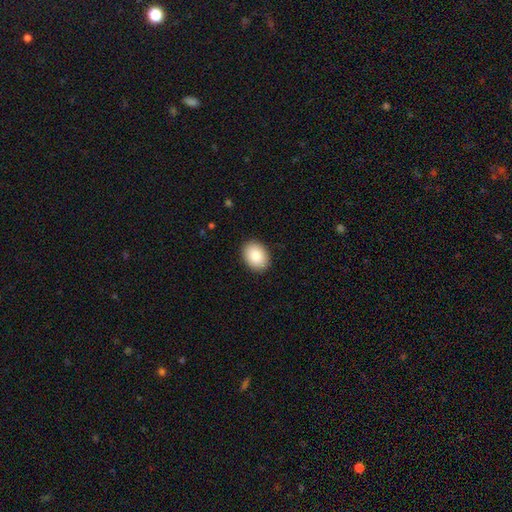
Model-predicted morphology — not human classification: A smooth galaxy with no disk features (85%) that is in between round and cigar-shaped (66%).

Vote fractions:
- Smooth or featured? smooth: 85% / featured or disk: 8% / star or artifact: 7%
- How rounded? in between: 66% / round: 33% / cigar-shaped: 1%
- Merging? none: 90% / minor disturbance: 7% / major disturbance: 2% / merger: 1%